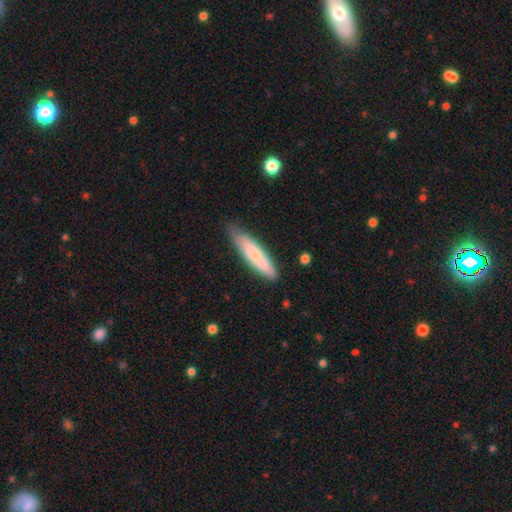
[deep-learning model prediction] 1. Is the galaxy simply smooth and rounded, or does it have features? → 74% smooth, 20% featured or disk, 6% star or artifact.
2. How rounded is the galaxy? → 81% cigar-shaped, 17% in between, 1% round.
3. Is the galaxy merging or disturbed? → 79% none, 17% minor disturbance, 3% major disturbance, 2% merger.